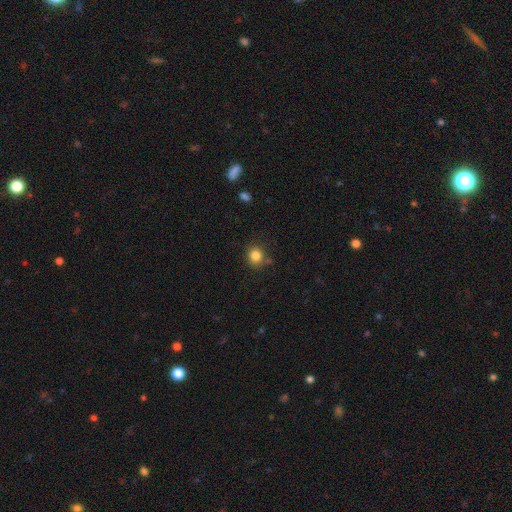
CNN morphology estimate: This appears to be a smooth galaxy with no disk features (84%) that is round (85%). Merging: none (80%).